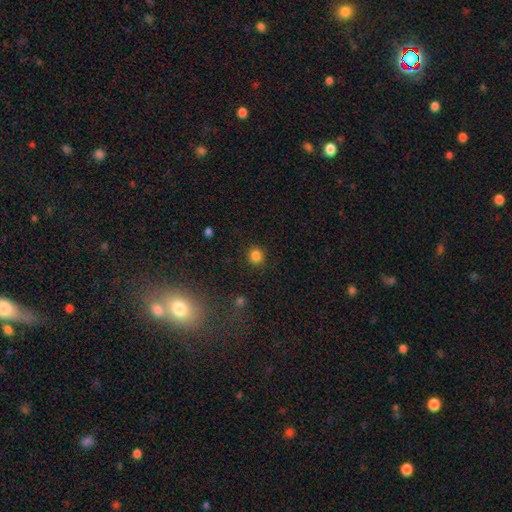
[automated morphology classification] Smooth or featured?
  - smooth: 84% *
  - star or artifact: 12%
  - featured or disk: 4%
How rounded?
  - round: 91% *
  - in between: 8%
  - cigar-shaped: 1%
Merging?
  - none: 90% *
  - minor disturbance: 6%
  - major disturbance: 2%
  - merger: 2%